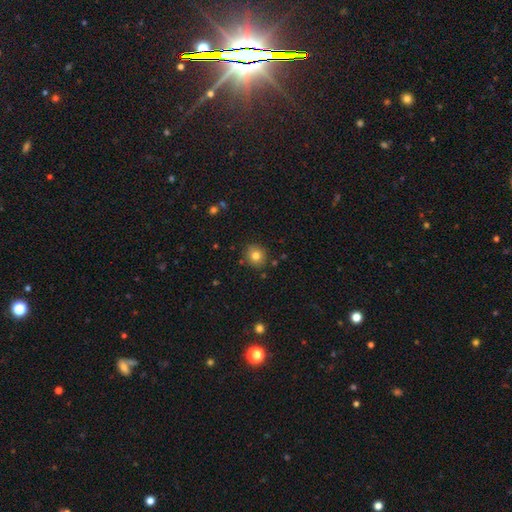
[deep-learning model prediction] smooth-or-featured: smooth: 79% | star or artifact: 12% | featured or disk: 9%
  how-rounded: round: 89% | in between: 11% | cigar-shaped: 1%
  merging: none: 87% | minor disturbance: 8% | merger: 3% | major disturbance: 2%